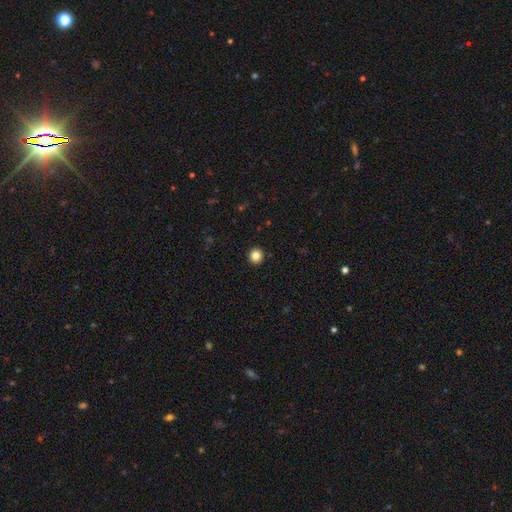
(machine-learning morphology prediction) Overall: smooth (84%). How rounded: round (94%). Merging: none (93%).